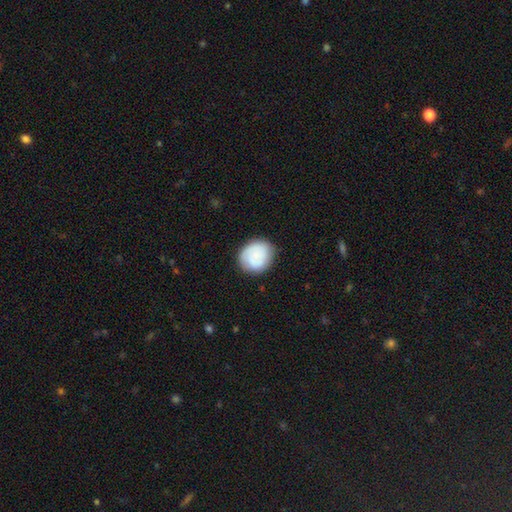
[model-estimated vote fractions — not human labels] A smooth galaxy with no disk features (80%) that is round (78%).

Vote fractions:
- Smooth or featured? smooth: 80% / featured or disk: 13% / star or artifact: 7%
- How rounded? round: 78% / in between: 21% / cigar-shaped: 1%
- Merging? none: 78% / minor disturbance: 16% / major disturbance: 4% / merger: 1%